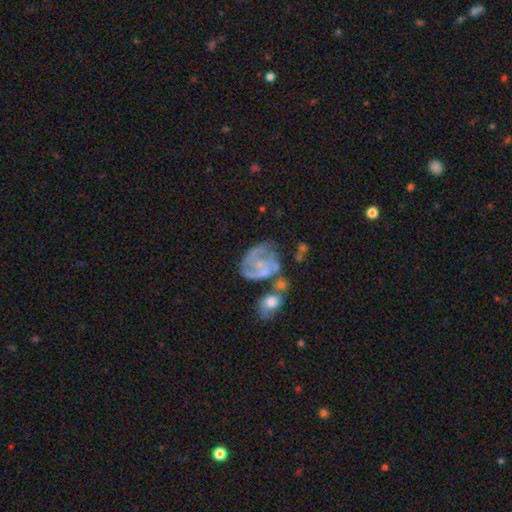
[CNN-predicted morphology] Smooth or featured? featured or disk (69%)
Edge-on disk? no (98%)
Bar? no (70%)
Spiral arms? yes (72%)
Bulge size? small (60%)
Merging? none (34%)